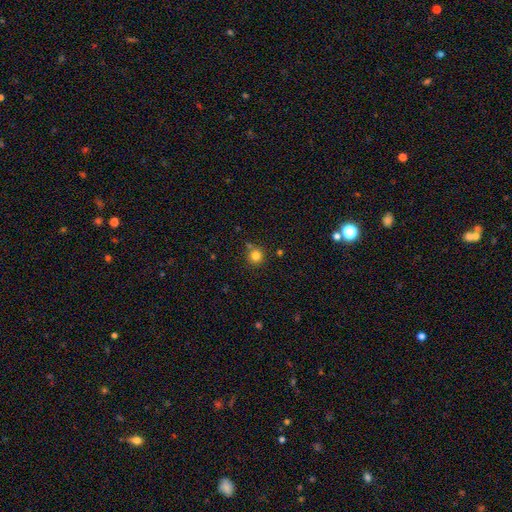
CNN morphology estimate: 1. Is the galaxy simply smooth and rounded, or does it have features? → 81% smooth, 13% star or artifact, 6% featured or disk.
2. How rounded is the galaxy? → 94% round, 5% in between, 1% cigar-shaped.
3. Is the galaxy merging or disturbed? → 80% none, 9% minor disturbance, 8% merger, 3% major disturbance.